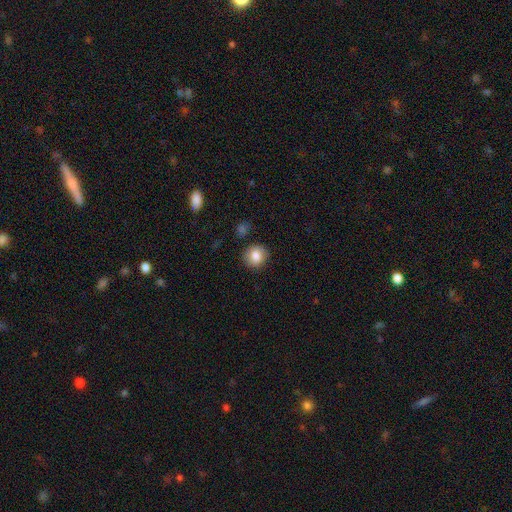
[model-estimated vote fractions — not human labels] Morphology: type=smooth (83%); roundness=round (85%); merging=none (87%).